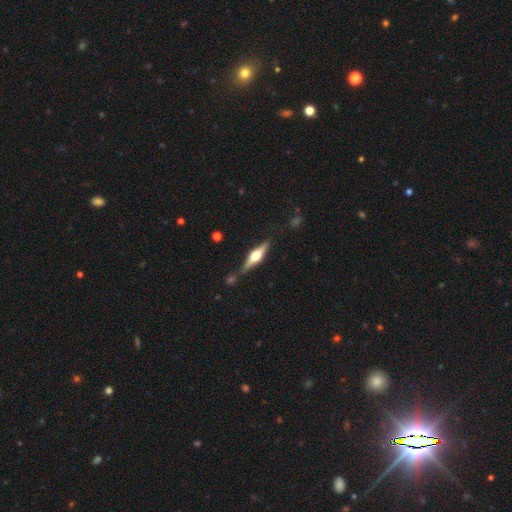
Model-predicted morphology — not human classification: smooth-or-featured: featured or disk: 70% | smooth: 24% | star or artifact: 6%
  disk-edge-on: yes: 96% | no: 4%
    edge-on-bulge: rounded: 93% | boxy: 5% | none: 2%
  merging: none: 76% | minor disturbance: 14% | merger: 7% | major disturbance: 4%